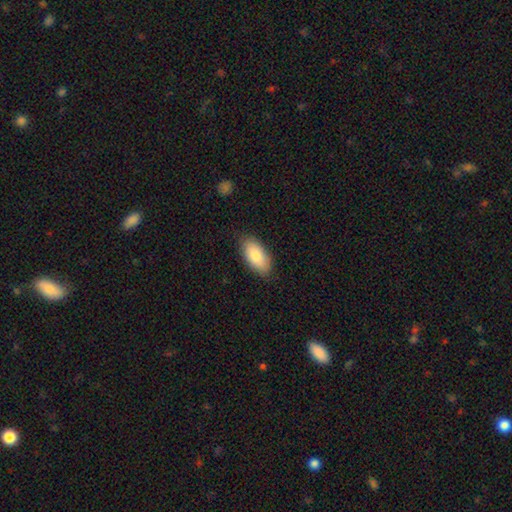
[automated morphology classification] Smooth or featured? Predicted: smooth (p=0.85). How rounded? Predicted: in between (p=0.93). Merging? Predicted: none (p=0.83).